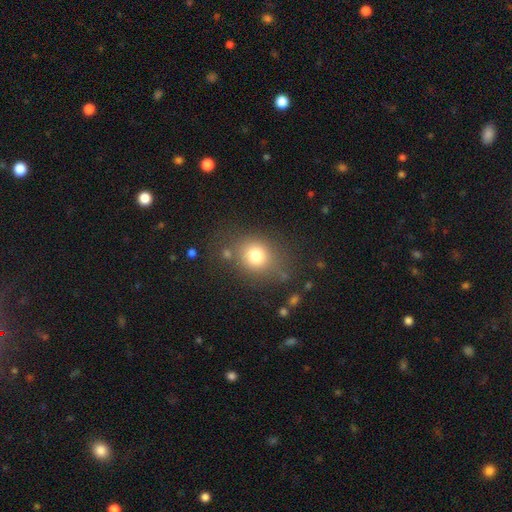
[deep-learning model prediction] A smooth galaxy with no disk features (77%) that is round (72%). Merging: none (71%).